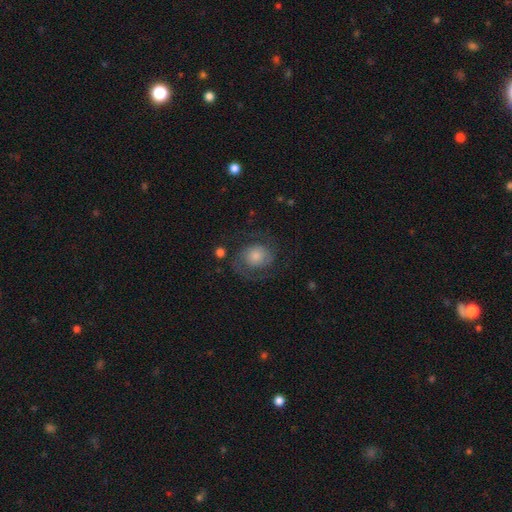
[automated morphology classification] This appears to be a featured or disk galaxy (70%) with no bar (76%), 2 (81%) medium (46%) spiral arms (92%) and a moderate central bulge (39%). Merging: none (71%).